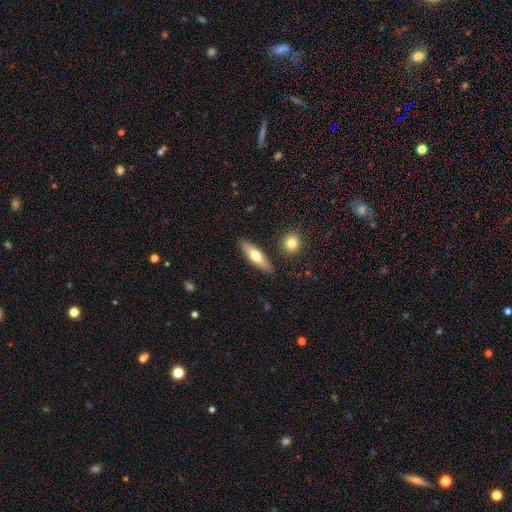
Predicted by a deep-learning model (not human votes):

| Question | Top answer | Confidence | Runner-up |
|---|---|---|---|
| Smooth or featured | smooth | 62% | featured or disk (32%) |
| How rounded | cigar-shaped | 56% | in between (41%) |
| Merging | none | 86% | minor disturbance (9%) |